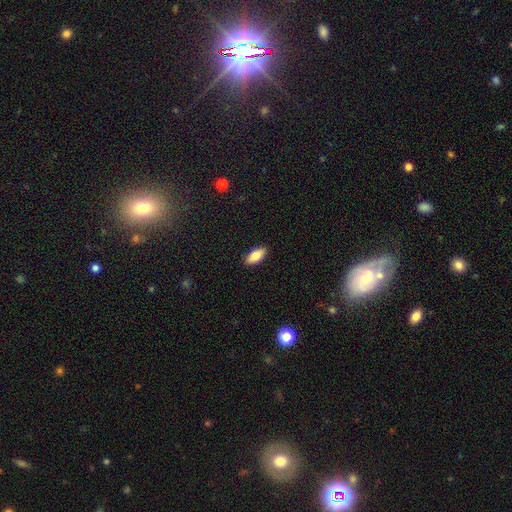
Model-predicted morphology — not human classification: Smooth or featured? Predicted: smooth (p=0.81). How rounded? Predicted: in between (p=0.86). Merging? Predicted: none (p=0.89).